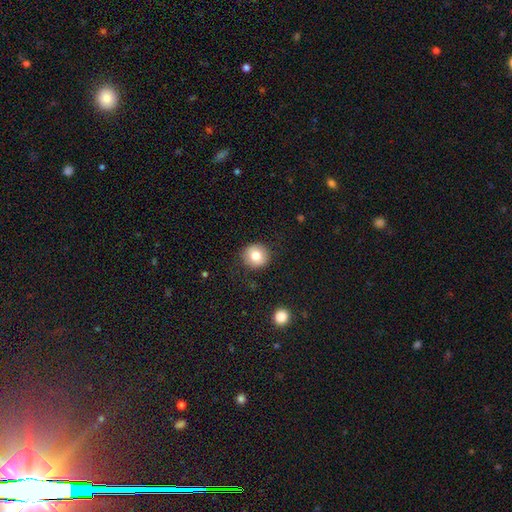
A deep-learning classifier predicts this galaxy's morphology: smooth-or-featured: smooth: 80% | featured or disk: 11% | star or artifact: 10%
  how-rounded: round: 92% | in between: 7% | cigar-shaped: 1%
  merging: none: 89% | minor disturbance: 7% | major disturbance: 2% | merger: 1%